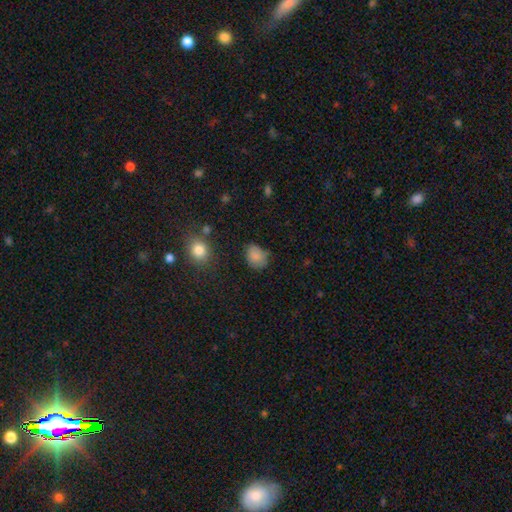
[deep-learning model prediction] Smooth or featured? smooth (84%)
How rounded? in between (60%)
Merging? none (64%)